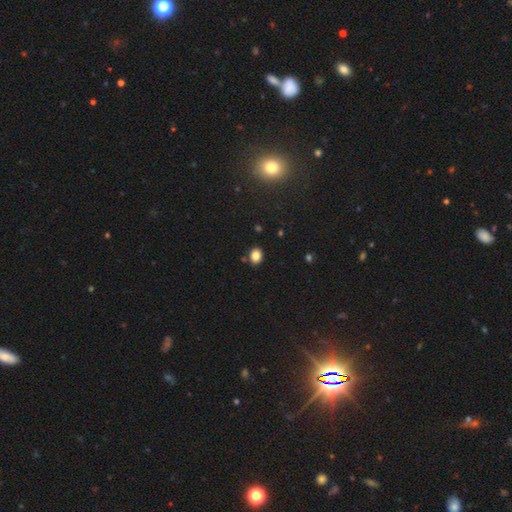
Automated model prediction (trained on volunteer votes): Overall: smooth (82%). How rounded: in between (52%; round 47%). Merging: none (84%).